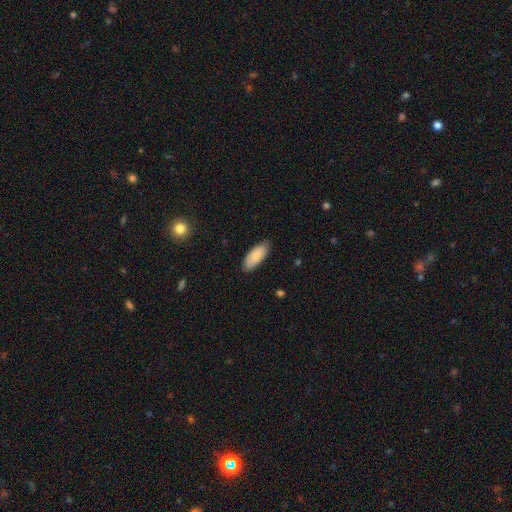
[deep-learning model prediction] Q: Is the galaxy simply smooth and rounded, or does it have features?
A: smooth — 84%.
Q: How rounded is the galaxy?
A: in between — 83%.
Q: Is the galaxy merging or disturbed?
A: none — 83%.